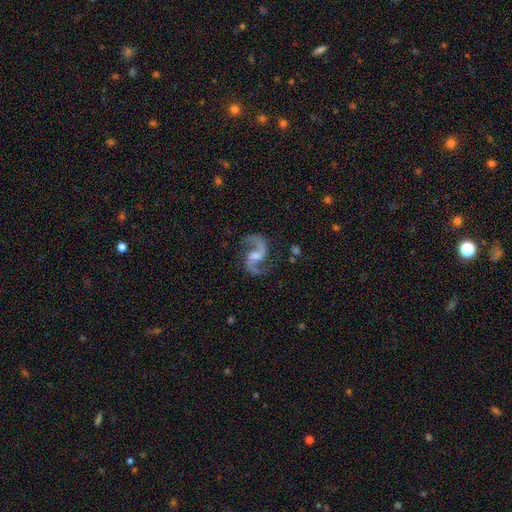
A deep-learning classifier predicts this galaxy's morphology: Smooth or featured?
  - featured or disk: 93% *
  - star or artifact: 4%
  - smooth: 3%
Edge-on disk?
  - no: 98% *
  - yes: 2%
Bar?
  - weak: 48% *
  - no: 36%
  - strong: 16%
Spiral arms?
  - yes: 98% *
  - no: 2%
Spiral winding?
  - medium: 47% * (tied)
  - loose: 47% * (tied)
  - tight: 6%
Spiral arm count?
  - 2: 94% *
  - 1: 1%
  - can't tell: 1%
  - 3: 1%
  - 4: 1%
  - more than 4: 1%
Bulge size?
  - moderate: 41% *
  - small: 33%
  - none: 18%
  - large: 6%
  - dominant: 1%
Merging?
  - none: 80% *
  - minor disturbance: 12%
  - major disturbance: 6%
  - merger: 2%